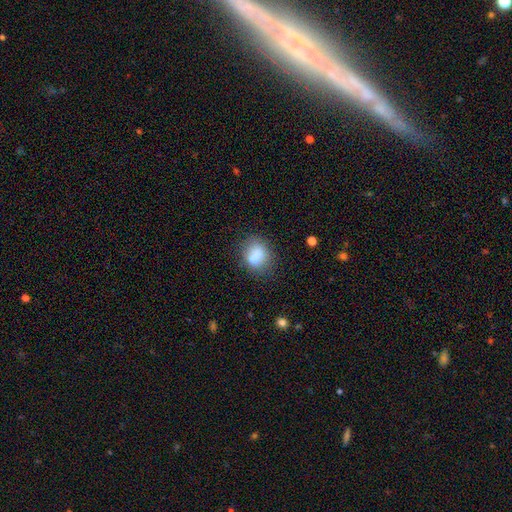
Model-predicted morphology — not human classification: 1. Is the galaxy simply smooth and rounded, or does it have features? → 76% smooth, 14% featured or disk, 10% star or artifact.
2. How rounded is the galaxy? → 53% round, 46% in between, 1% cigar-shaped.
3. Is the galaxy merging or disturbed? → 54% none, 20% merger, 19% minor disturbance, 7% major disturbance.